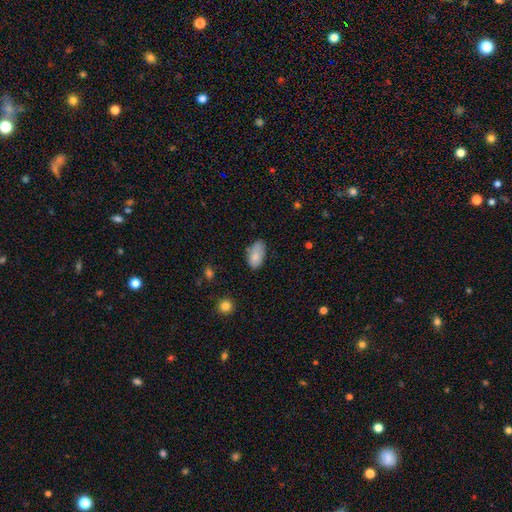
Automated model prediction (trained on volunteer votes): A smooth galaxy with no disk features (80%) that is in between round and cigar-shaped (93%).

Vote fractions:
- Smooth or featured? smooth: 80% / featured or disk: 12% / star or artifact: 8%
- How rounded? in between: 93% / round: 5% / cigar-shaped: 2%
- Merging? none: 62% / minor disturbance: 30% / major disturbance: 6% / merger: 3%